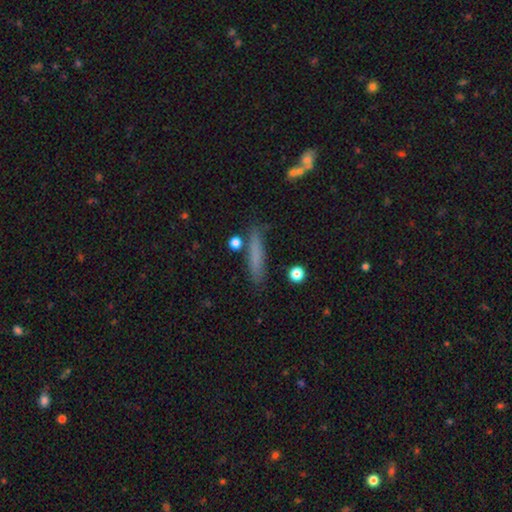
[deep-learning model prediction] smooth 73%, featured or disk 18%, star or artifact 9%. Down the decision tree: how rounded — cigar-shaped (87%); merging — none (81%).